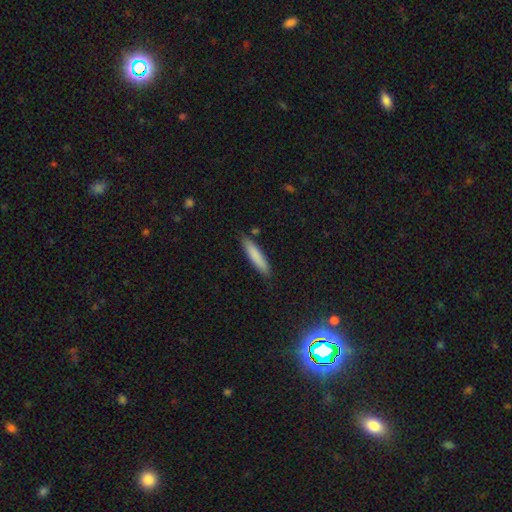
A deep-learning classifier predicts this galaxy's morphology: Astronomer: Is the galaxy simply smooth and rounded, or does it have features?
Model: smooth — 82%.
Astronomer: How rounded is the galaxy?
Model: cigar-shaped — 86%.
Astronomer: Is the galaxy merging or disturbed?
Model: none — 84%.